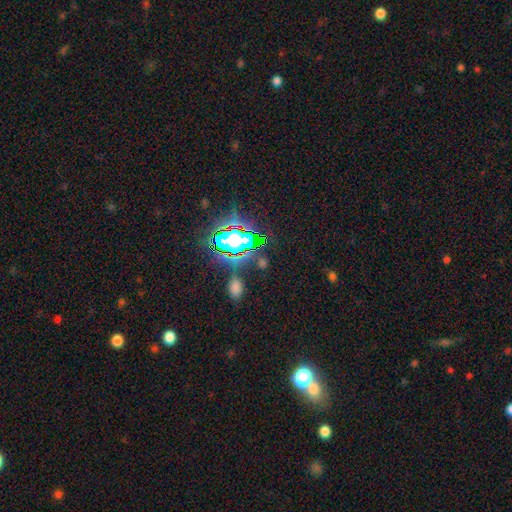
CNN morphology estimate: Q: Smooth or featured?
A: star or artifact (81%); runner-up: smooth (11%)